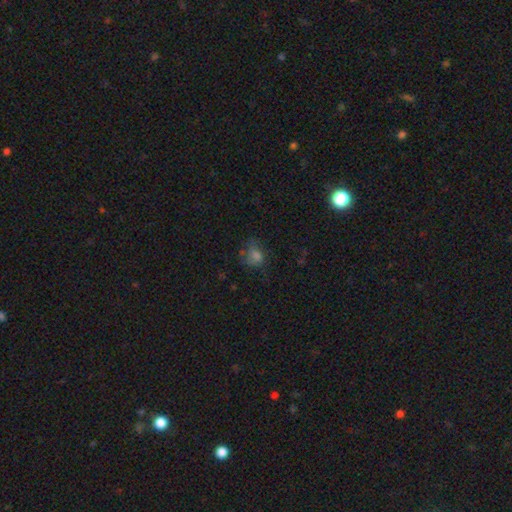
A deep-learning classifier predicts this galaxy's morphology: smooth 65%, star or artifact 20%, featured or disk 16%. Down the decision tree: how rounded — round (52%); merging — none (48%).